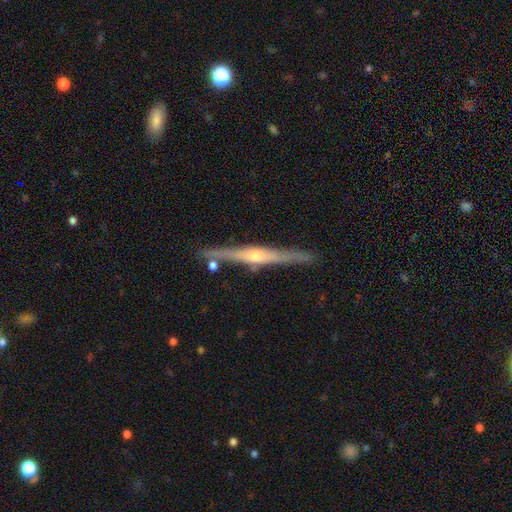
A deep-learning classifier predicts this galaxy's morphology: featured or disk 77%, smooth 17%, star or artifact 6%. Down the decision tree: edge-on disk — yes (98%); edge-on bulge — rounded (86%); merging — none (85%).